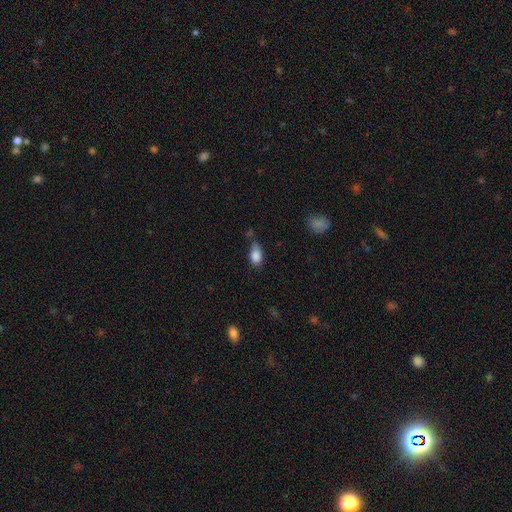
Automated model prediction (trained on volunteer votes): Overall: smooth (86%). How rounded: in between (87%). Merging: none (46%; minor disturbance 35%).